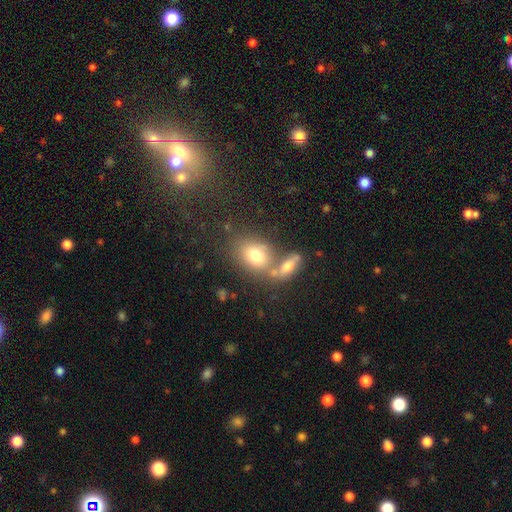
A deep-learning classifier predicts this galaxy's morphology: Smooth or featured?
  - smooth: 74% *
  - featured or disk: 16%
  - star or artifact: 10%
How rounded?
  - in between: 66% *
  - round: 32%
  - cigar-shaped: 2%
Merging?
  - none: 45% *
  - merger: 36%
  - minor disturbance: 12%
  - major disturbance: 6%